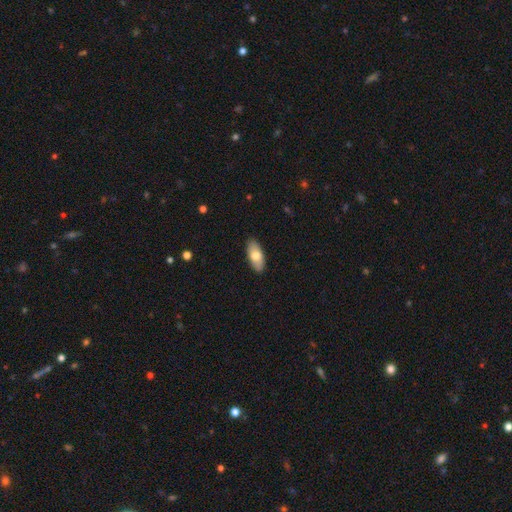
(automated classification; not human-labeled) This is likely a smooth galaxy (74%). How rounded: clearly in between (87%). Merging: clearly none (89%).